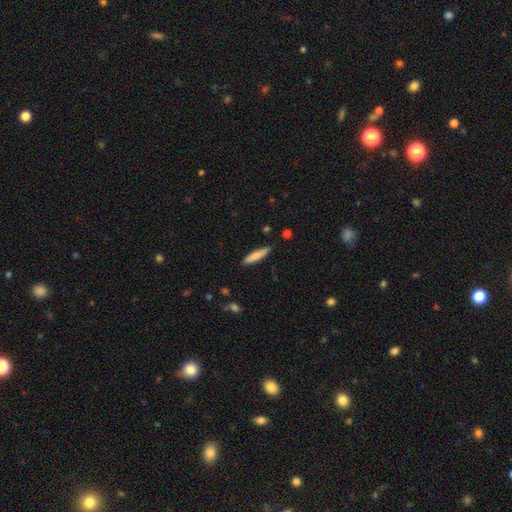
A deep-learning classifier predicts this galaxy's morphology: smooth 79%, featured or disk 15%, star or artifact 6%. Down the decision tree: how rounded — cigar-shaped (81%); merging — none (85%).